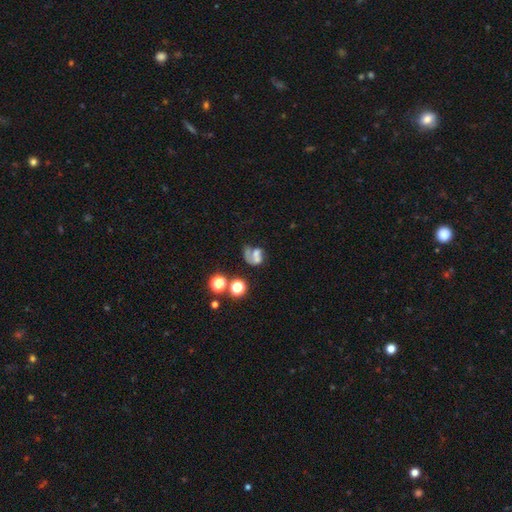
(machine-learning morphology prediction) Smooth or featured: featured or disk — 42% (smooth — 41%)
Merging: merger — 39% (major disturbance — 28%)